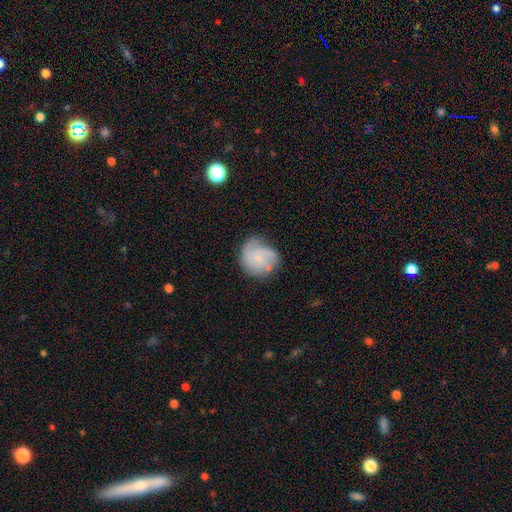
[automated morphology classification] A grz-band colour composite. It shows a featured or disk galaxy (61%) with no bar (72%), 3 (30%) tight (47%) spiral arms (89%) and a small central bulge (62%). Merging: none (60%).